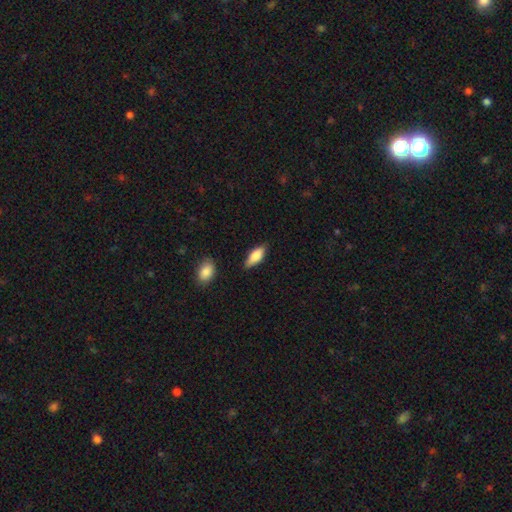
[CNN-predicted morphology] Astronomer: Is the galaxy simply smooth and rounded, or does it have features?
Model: smooth — 75%.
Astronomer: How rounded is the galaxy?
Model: in between — 74%.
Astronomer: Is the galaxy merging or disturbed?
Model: none — 79%.